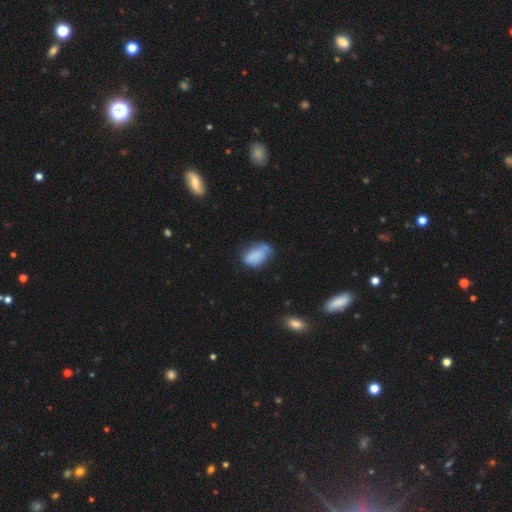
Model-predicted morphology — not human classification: Smooth or featured? smooth (78%)
How rounded? in between (90%)
Merging? none (43%)